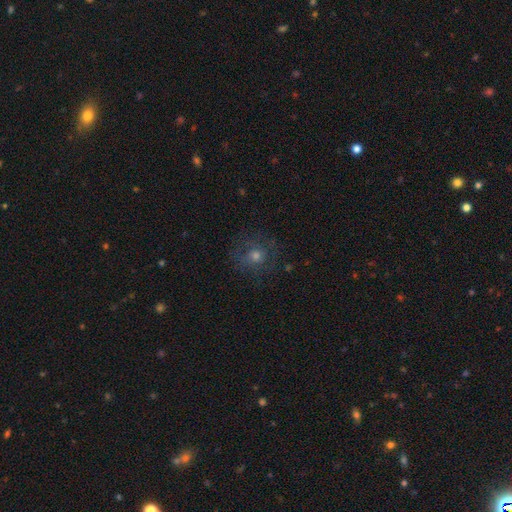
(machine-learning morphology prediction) Overall: smooth (47%; featured or disk 31%). Merging: none (76%).